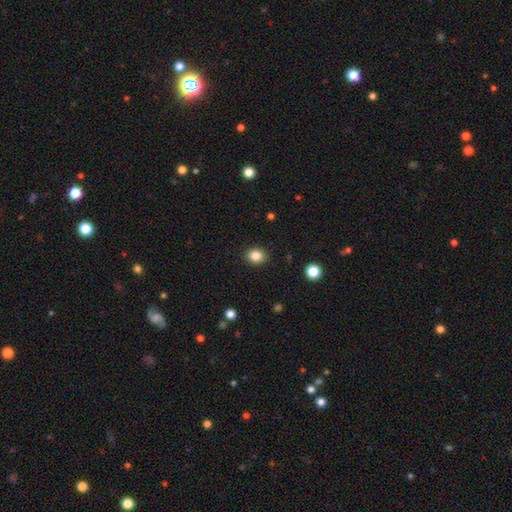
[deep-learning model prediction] Morphology: type=smooth (85%); roundness=round (64%); merging=none (90%).